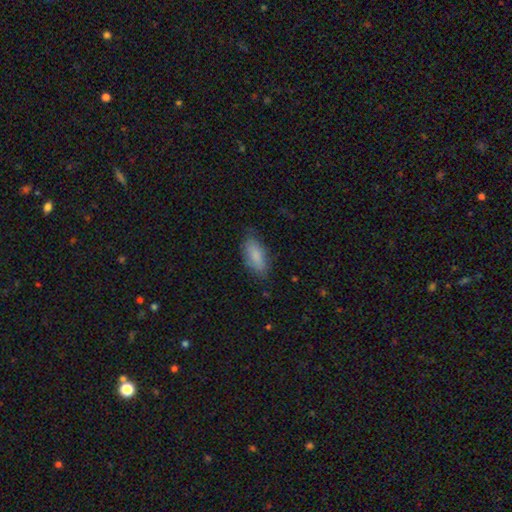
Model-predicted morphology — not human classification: Smooth or featured? Predicted: smooth (p=0.83). How rounded? Predicted: in between (p=0.84). Merging? Predicted: none (p=0.75).